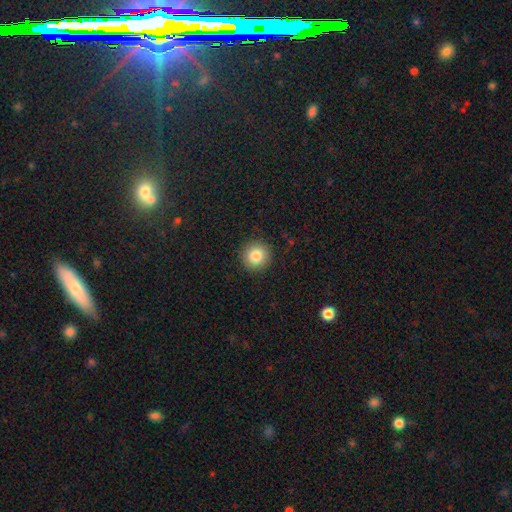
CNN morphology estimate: smooth 84%, star or artifact 10%, featured or disk 6%. Down the decision tree: how rounded — round (94%); merging — none (91%).